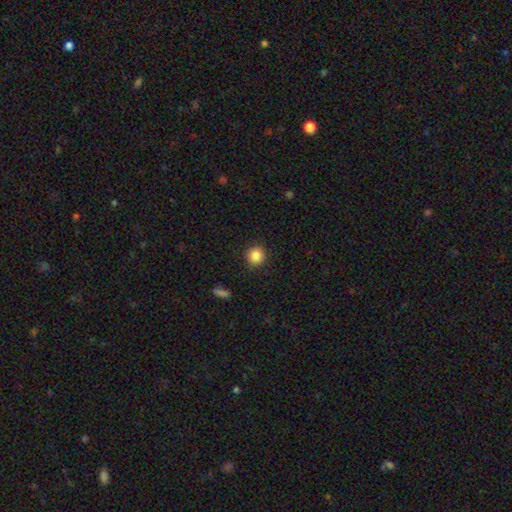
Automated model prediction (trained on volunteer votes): smooth-or-featured: smooth: 85% | star or artifact: 10% | featured or disk: 5%
  how-rounded: round: 93% | in between: 6% | cigar-shaped: 1%
  merging: none: 91% | minor disturbance: 6% | major disturbance: 2% | merger: 1%